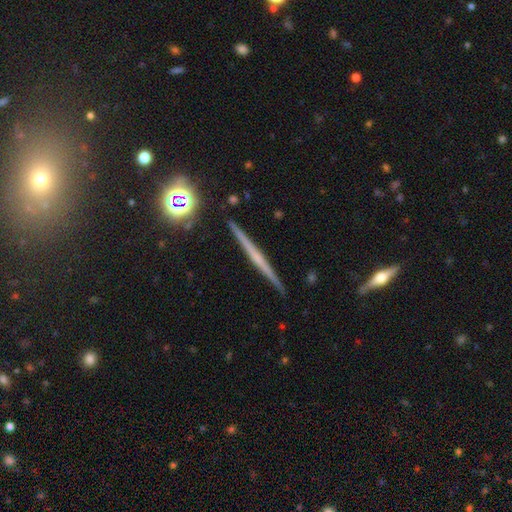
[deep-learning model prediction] smooth-or-featured: featured or disk: 66% | smooth: 22% | star or artifact: 12%
  disk-edge-on: yes: 98% | no: 2%
    edge-on-bulge: none: 62% | rounded: 30% | boxy: 8%
  merging: none: 91% | minor disturbance: 6% | merger: 1% | major disturbance: 1%